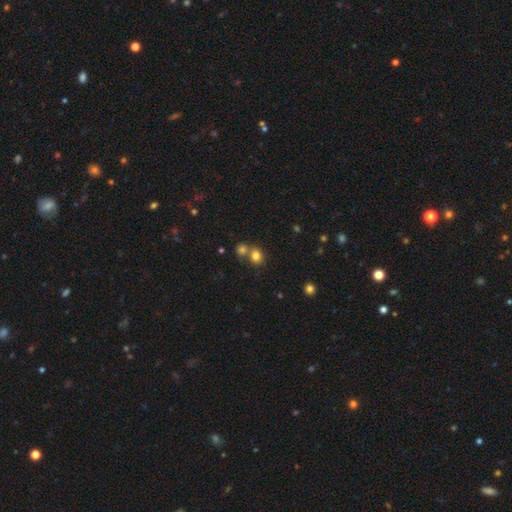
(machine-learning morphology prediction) A smooth galaxy with no disk features (80%) that is round (74%). Merging: none (52%).